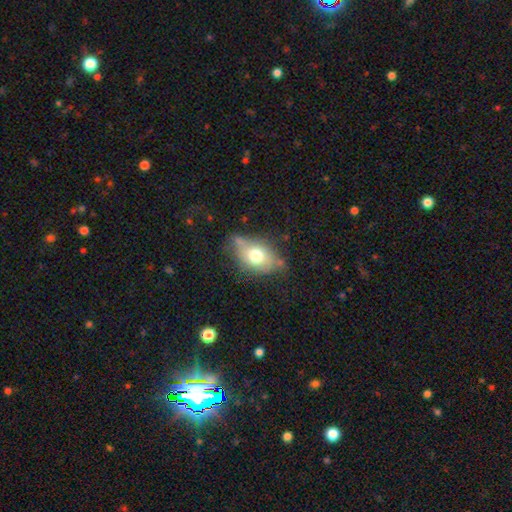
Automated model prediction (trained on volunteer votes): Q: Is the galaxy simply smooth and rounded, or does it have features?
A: smooth — 65%.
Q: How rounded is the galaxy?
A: in between — 78%.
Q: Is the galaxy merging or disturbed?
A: none — 52%.